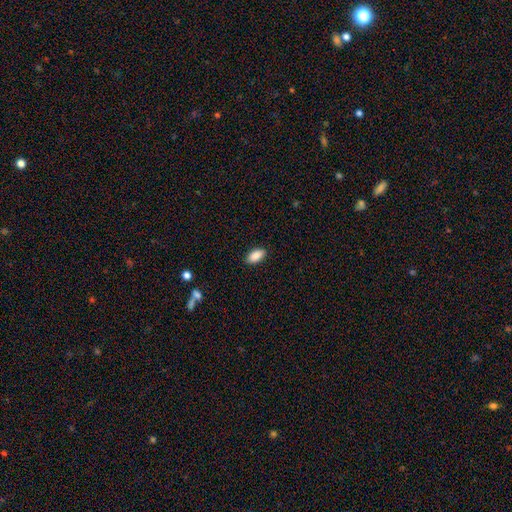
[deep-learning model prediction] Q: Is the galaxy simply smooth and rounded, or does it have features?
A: smooth — 88%.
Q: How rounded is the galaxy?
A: in between — 92%.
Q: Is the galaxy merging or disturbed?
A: none — 88%.